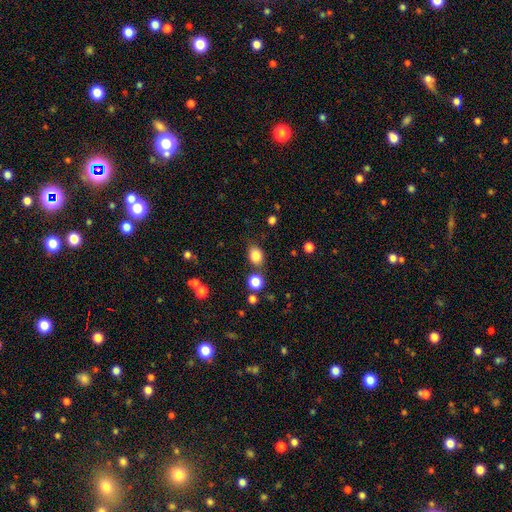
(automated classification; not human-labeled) Morphology: type=smooth (84%); roundness=in between (56%); merging=none (76%).